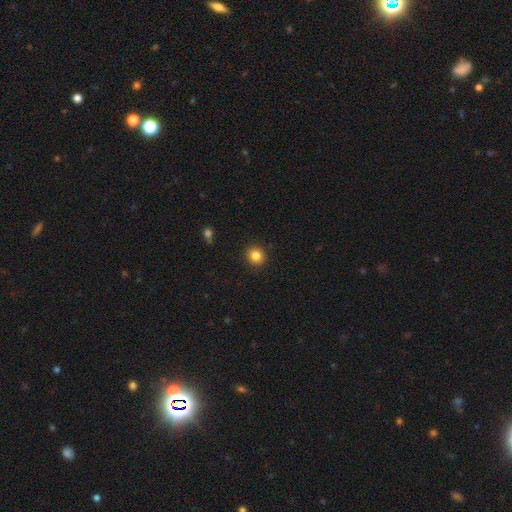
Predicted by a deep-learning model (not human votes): Smooth or featured? smooth (84%)
How rounded? round (86%)
Merging? none (91%)